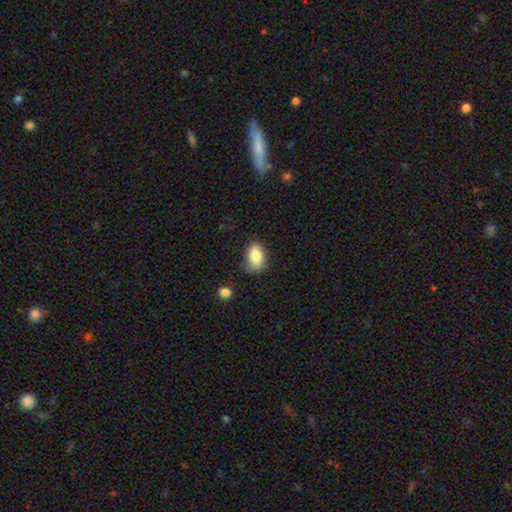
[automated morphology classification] smooth_or_featured: smooth (p=0.85) [alt: featured or disk p=0.08]
how_rounded: in between (p=0.89) [alt: round p=0.09]
merging: none (p=0.70) [alt: minor disturbance p=0.22]